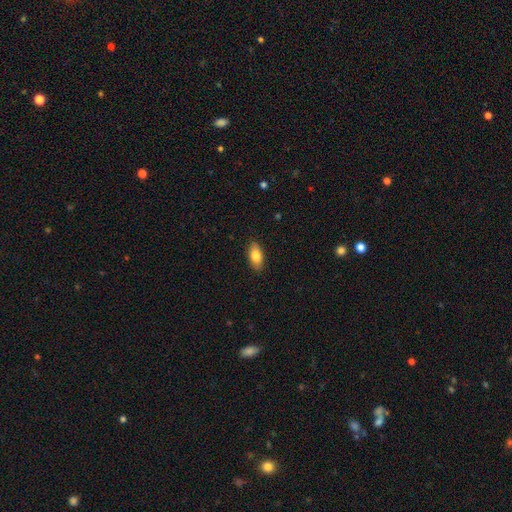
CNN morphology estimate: This is clearly a smooth galaxy (81%). How rounded: clearly in between (89%). Merging: clearly none (88%).